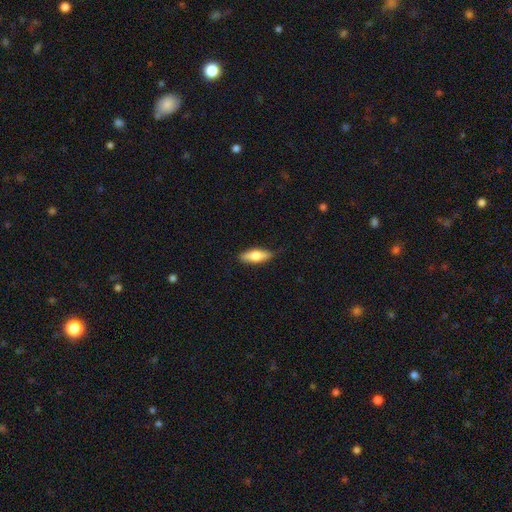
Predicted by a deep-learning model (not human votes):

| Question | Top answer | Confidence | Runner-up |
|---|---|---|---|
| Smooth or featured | smooth | 62% | featured or disk (32%) |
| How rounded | in between | 56% | cigar-shaped (41%) |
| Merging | none | 81% | minor disturbance (15%) |